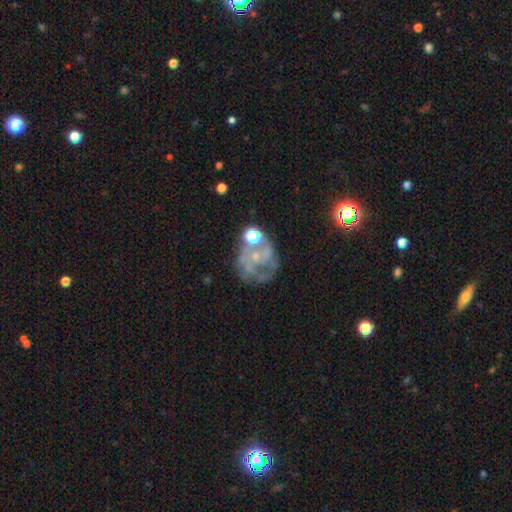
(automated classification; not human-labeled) Smooth or featured? Predicted: featured or disk (p=0.66). Edge-on disk? Predicted: no (p=0.98). Bar? Predicted: no (p=0.79). Spiral arms? Predicted: yes (p=0.56). Bulge size? Predicted: small (p=0.62). Merging? Predicted: none (p=0.45).